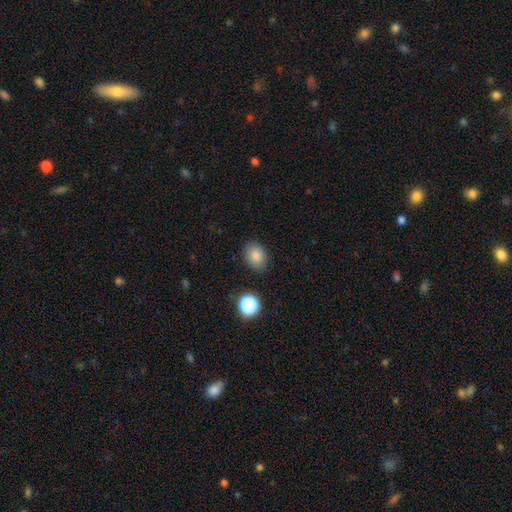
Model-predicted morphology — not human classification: Smooth or featured? smooth (83%)
How rounded? in between (61%)
Merging? none (85%)